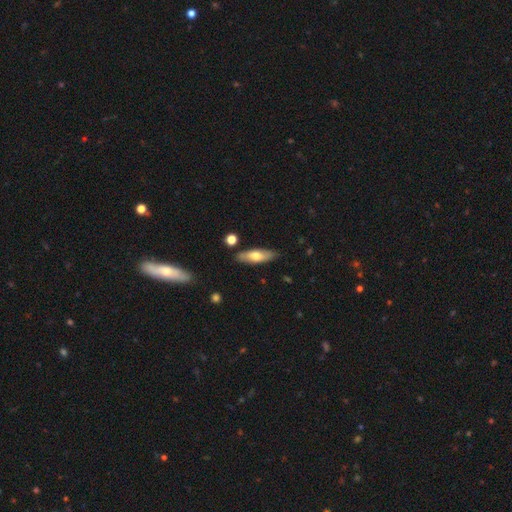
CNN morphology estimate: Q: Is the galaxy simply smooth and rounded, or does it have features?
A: smooth — 61%.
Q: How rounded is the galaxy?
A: in between — 52%.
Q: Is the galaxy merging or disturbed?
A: none — 84%.